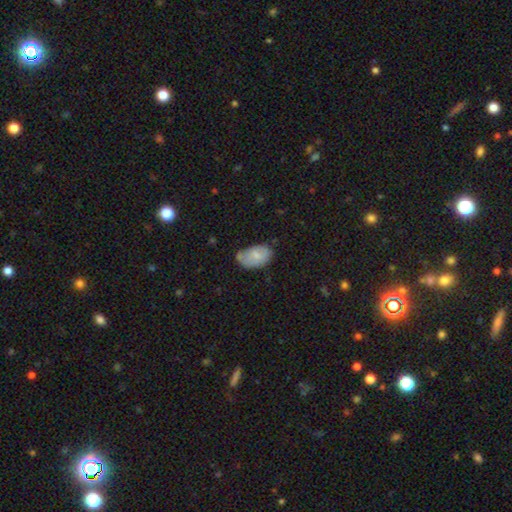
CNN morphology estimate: smooth_or_featured: smooth (p=0.71) [alt: featured or disk p=0.21]
how_rounded: in between (p=0.92) [alt: round p=0.07]
merging: none (p=0.47) [alt: minor disturbance p=0.38]